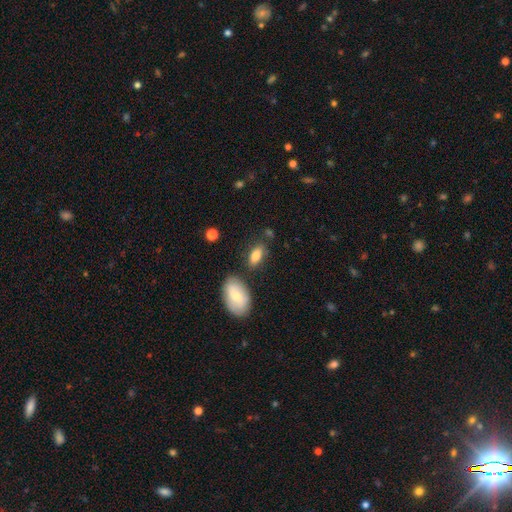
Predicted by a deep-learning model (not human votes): A smooth galaxy with no disk features (80%) that is in between round and cigar-shaped (87%). Merging: none (75%).